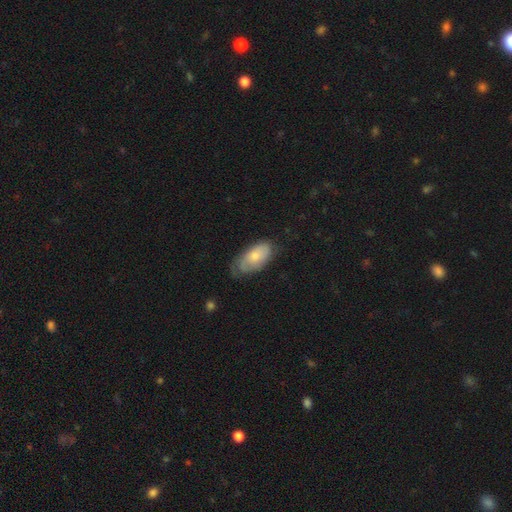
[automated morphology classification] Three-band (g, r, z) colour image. It shows a smooth galaxy with no disk features (58%) that is in between round and cigar-shaped (92%). Merging: none (54%).